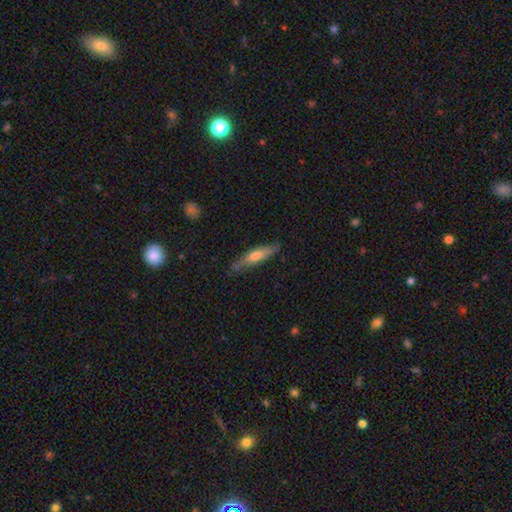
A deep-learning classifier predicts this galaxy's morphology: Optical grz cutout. It shows a smooth galaxy with no disk features (56%) that is cigar-shaped (79%). Merging: none (77%).